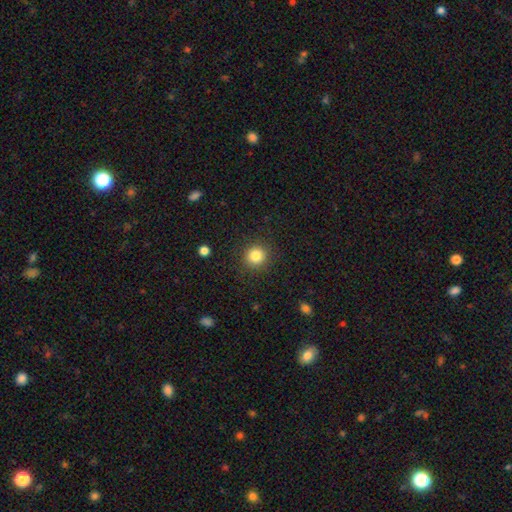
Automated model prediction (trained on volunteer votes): smooth_or_featured: smooth (p=0.84) [alt: star or artifact p=0.11]
how_rounded: round (p=0.92) [alt: in between p=0.08]
merging: none (p=0.89) [alt: minor disturbance p=0.07]